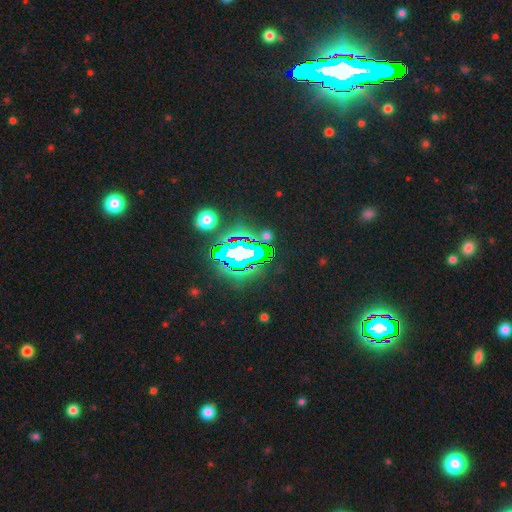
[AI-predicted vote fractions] A star or artifact, not a galaxy (73%).

Vote fractions:
- Smooth or featured? star or artifact: 73% / smooth: 14% / featured or disk: 13%